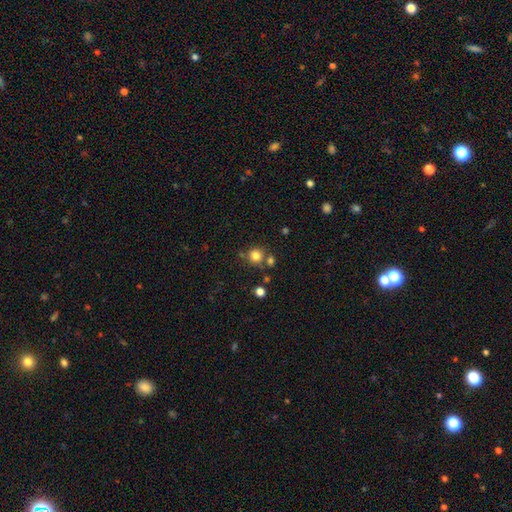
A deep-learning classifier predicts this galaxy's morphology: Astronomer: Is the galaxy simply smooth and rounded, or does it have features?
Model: smooth — 80%.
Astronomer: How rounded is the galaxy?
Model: round — 91%.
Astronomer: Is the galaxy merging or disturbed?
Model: none — 71%.